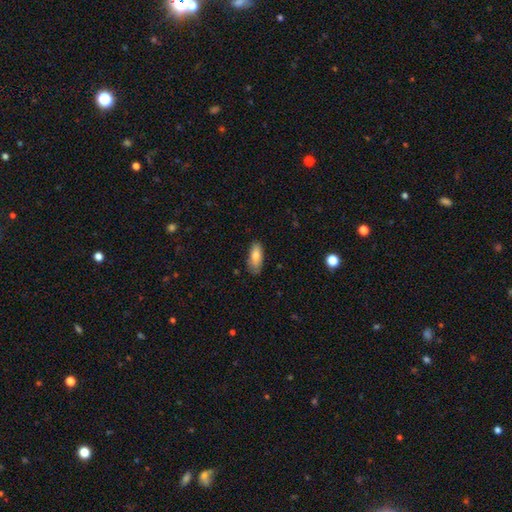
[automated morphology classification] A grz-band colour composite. It shows a smooth galaxy with no disk features (79%) that is in between round and cigar-shaped (79%). Merging: none (79%).